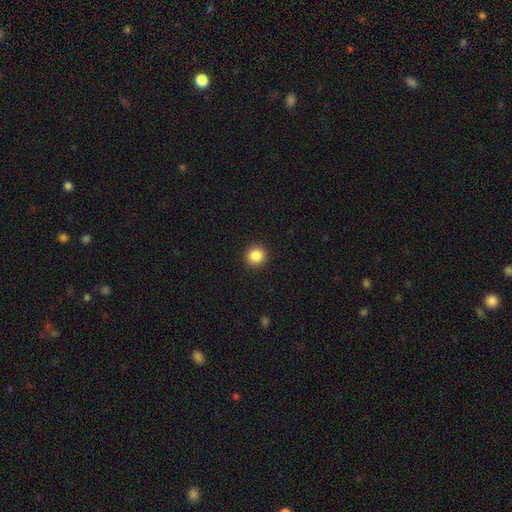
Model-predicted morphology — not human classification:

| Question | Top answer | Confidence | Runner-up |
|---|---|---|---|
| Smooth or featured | smooth | 86% | star or artifact (10%) |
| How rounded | round | 94% | in between (5%) |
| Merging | none | 93% | minor disturbance (5%) |